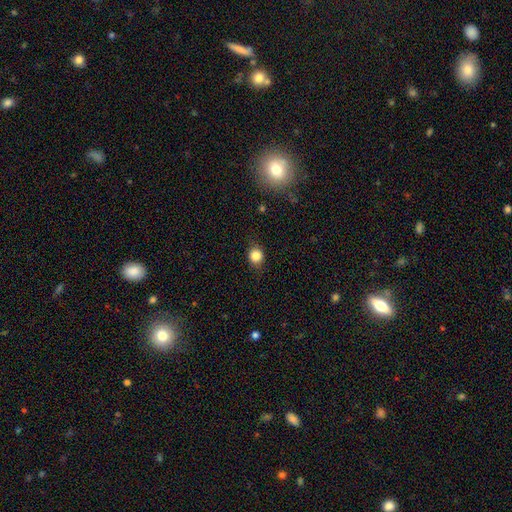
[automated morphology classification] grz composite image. It shows a smooth galaxy with no disk features (82%) that is round (77%). Merging: none (82%).